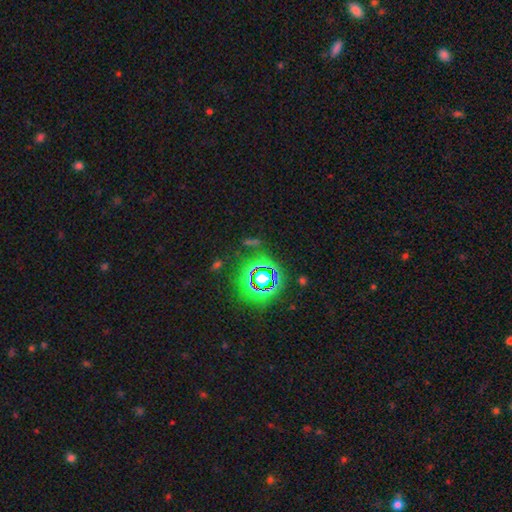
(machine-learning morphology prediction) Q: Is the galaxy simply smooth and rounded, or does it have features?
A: star or artifact — 75%.